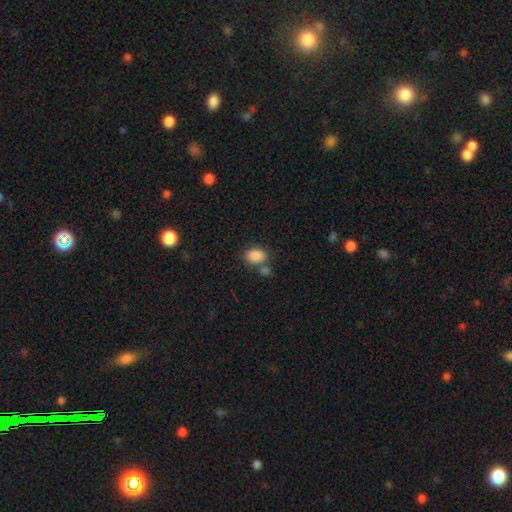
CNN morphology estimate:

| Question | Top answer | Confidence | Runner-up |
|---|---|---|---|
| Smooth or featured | smooth | 86% | star or artifact (9%) |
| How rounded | in between | 75% | round (24%) |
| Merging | none | 61% | merger (22%) |